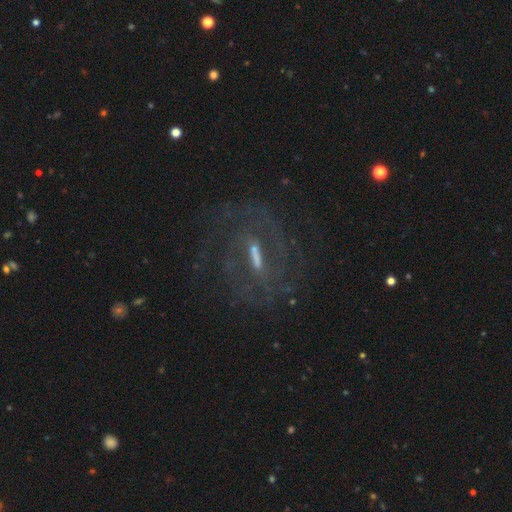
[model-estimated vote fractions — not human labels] The model was most divided on "spiral winding": medium: 40%, tight: 39%, loose: 21%. Remaining: edge-on disk — no (87%); spiral arms — yes (79%); smooth or featured — featured or disk (76%); merging — none (62%); bar — strong (54%); spiral arm count — 2 (41%); bulge size — moderate (40%).